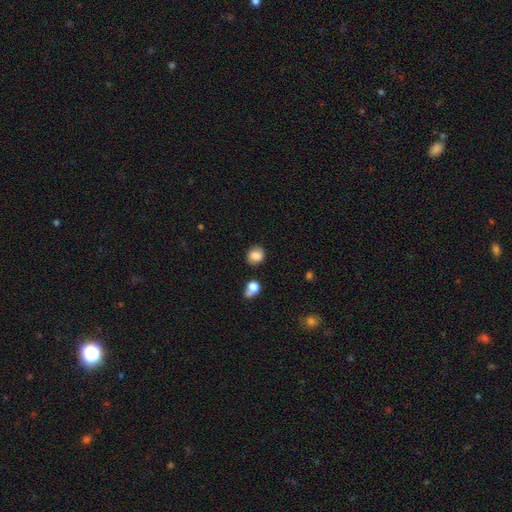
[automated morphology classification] A smooth galaxy with no disk features (79%) that is round (73%). Merging: none (78%).